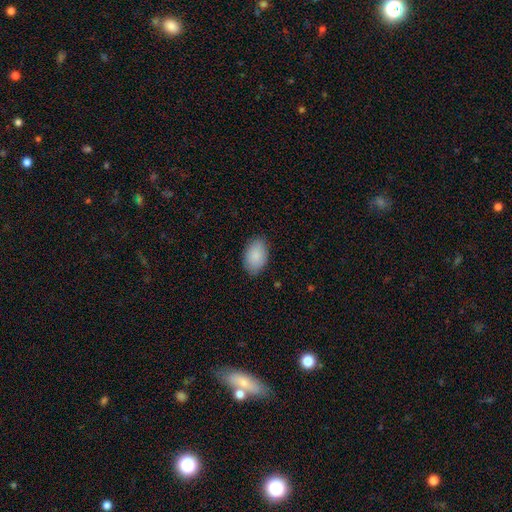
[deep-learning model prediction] Smooth or featured? Predicted: smooth (p=0.89). How rounded? Predicted: in between (p=0.92). Merging? Predicted: none (p=0.84).